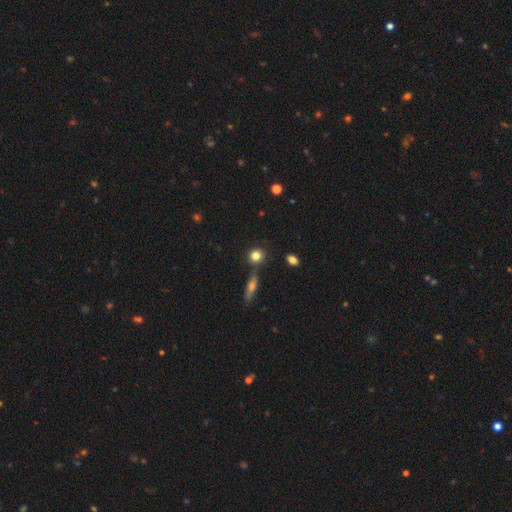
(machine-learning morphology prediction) Smooth or featured? smooth (82%)
How rounded? round (81%)
Merging? none (75%)